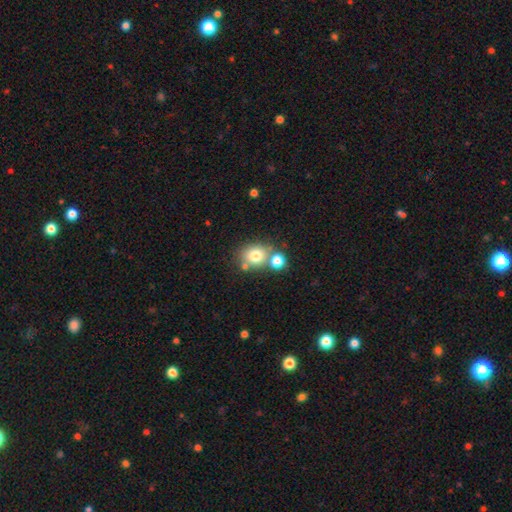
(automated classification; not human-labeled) Smooth or featured? smooth (74%)
How rounded? round (70%)
Merging? none (56%)